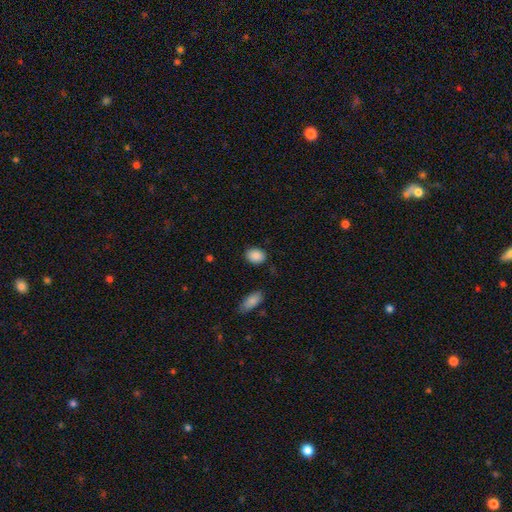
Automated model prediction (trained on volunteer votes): This is clearly a smooth galaxy (89%). How rounded: likely in between (64%). Merging: clearly none (85%).